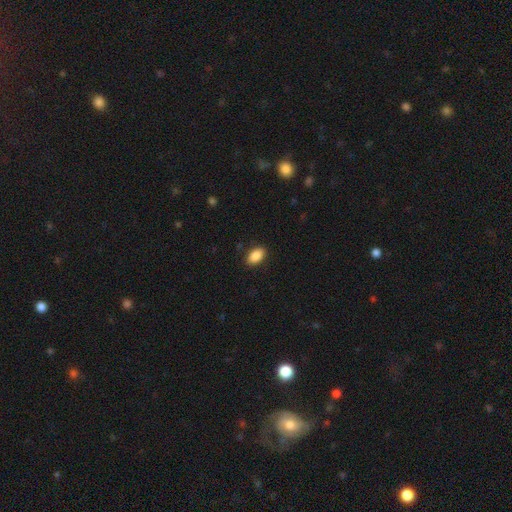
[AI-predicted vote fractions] A smooth galaxy with no disk features (89%) that is in between round and cigar-shaped (91%). Merging: none (88%).